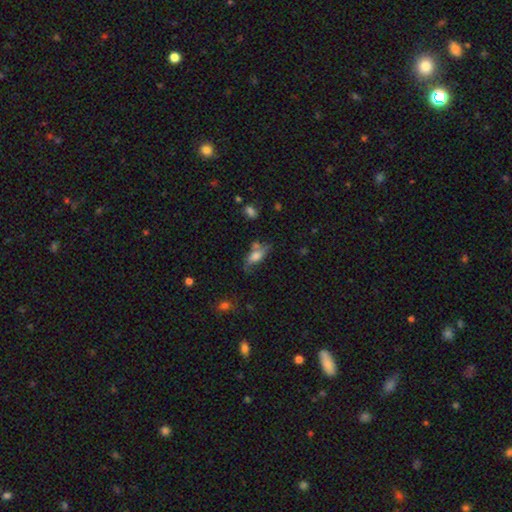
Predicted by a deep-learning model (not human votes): Smooth or featured? smooth (60%)
How rounded? in between (78%)
Merging? none (40%)